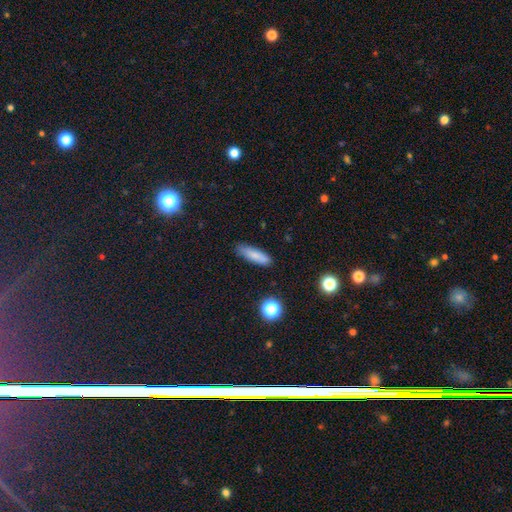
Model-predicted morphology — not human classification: type=smooth (80%); roundness=cigar-shaped (59%); merging=none (82%).